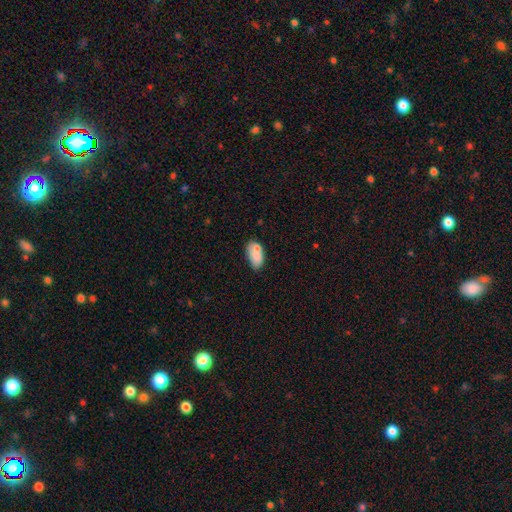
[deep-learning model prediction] This is likely a smooth galaxy (77%). How rounded: clearly in between (92%). Merging: possibly none (51%).